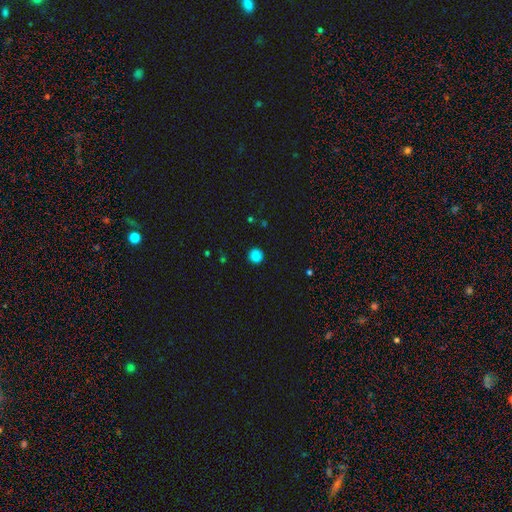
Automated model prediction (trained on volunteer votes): Smooth or featured?
  - smooth: 86% *
  - star or artifact: 11%
  - featured or disk: 3%
How rounded?
  - round: 92% *
  - in between: 7%
  - cigar-shaped: 1%
Merging?
  - none: 90% *
  - minor disturbance: 7%
  - major disturbance: 2%
  - merger: 1%